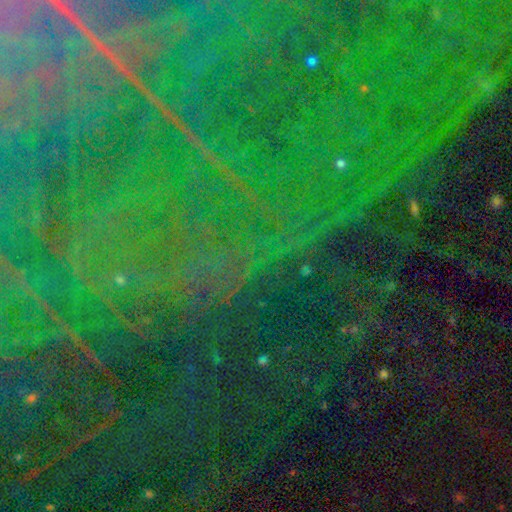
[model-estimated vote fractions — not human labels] star or artifact 88%, featured or disk 7%, smooth 5%.